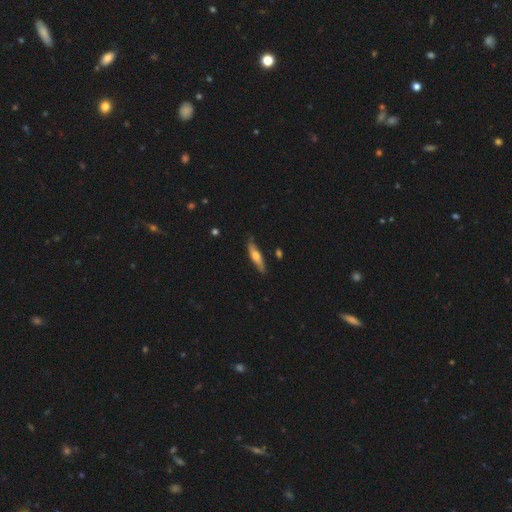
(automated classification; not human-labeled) smooth_or_featured: smooth (p=0.55) [alt: featured or disk p=0.39]
how_rounded: cigar-shaped (p=0.78) [alt: in between p=0.20]
merging: none (p=0.83) [alt: minor disturbance p=0.13]